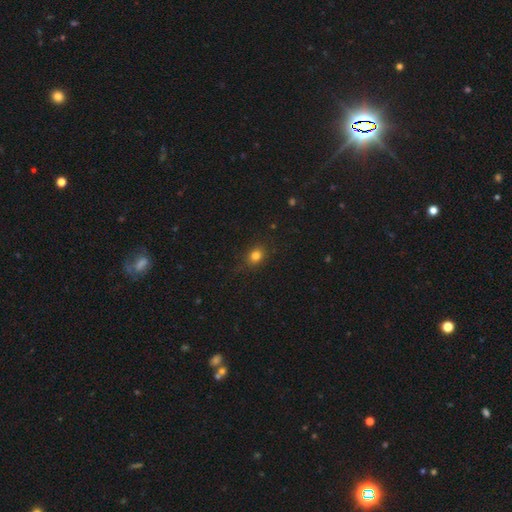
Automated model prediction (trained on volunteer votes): This is clearly a smooth galaxy (81%). How rounded: possibly round (56%). Merging: clearly none (82%).